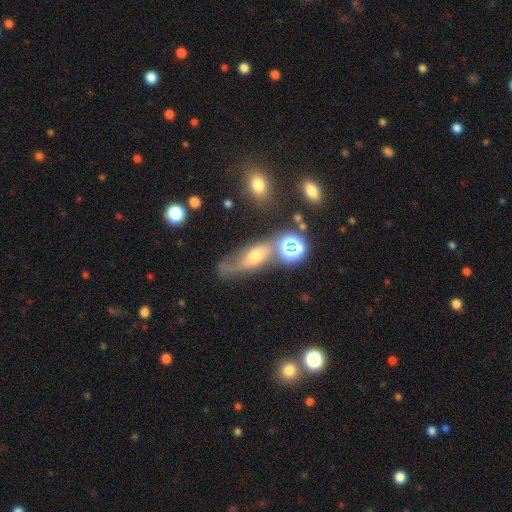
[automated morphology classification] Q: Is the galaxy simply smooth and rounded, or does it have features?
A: featured or disk — 43%.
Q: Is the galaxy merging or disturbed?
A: none — 38%.